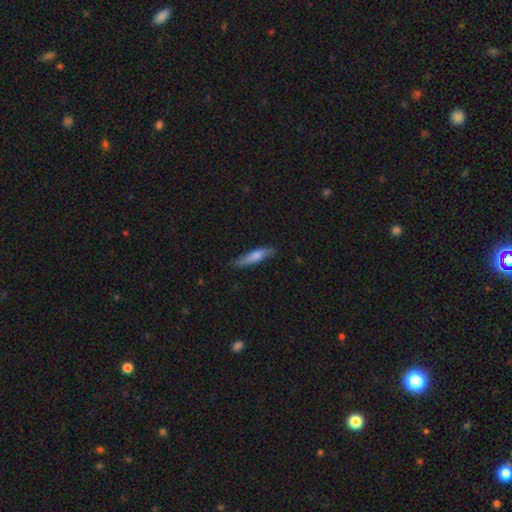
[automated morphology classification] Smooth or featured: smooth — 68% (featured or disk — 26%)
How rounded: cigar-shaped — 83% (in between — 15%)
Merging: none — 78% (minor disturbance — 18%)